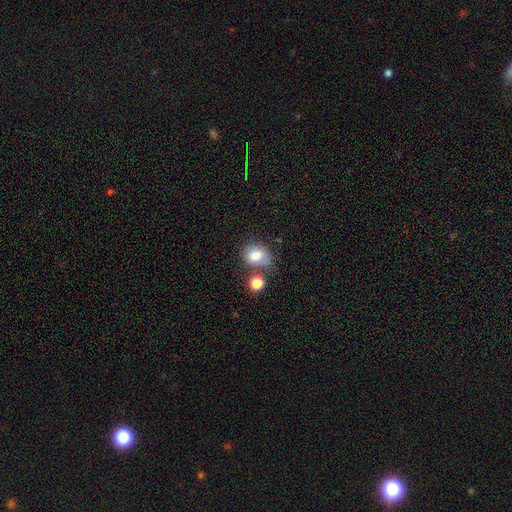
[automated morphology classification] Q: Smooth or featured?
A: smooth (79%); runner-up: featured or disk (12%)
Q: How rounded?
A: round (50%); runner-up: in between (49%)
Q: Merging?
A: none (55%); runner-up: minor disturbance (20%)